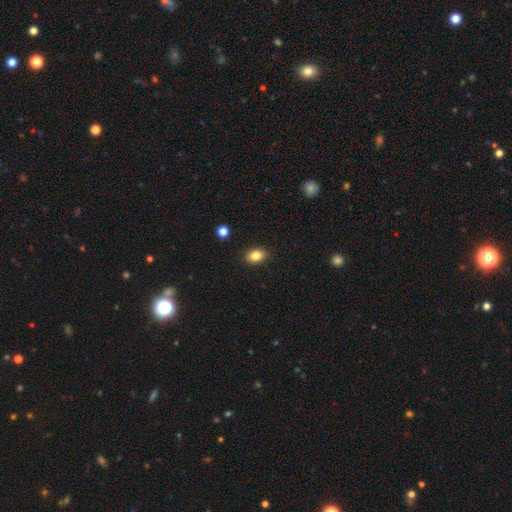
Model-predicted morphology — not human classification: type=smooth (83%); roundness=in between (76%); merging=none (89%).